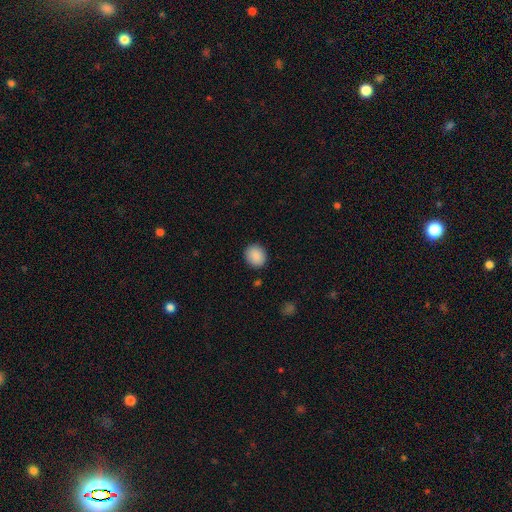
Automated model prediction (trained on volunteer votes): Smooth or featured: smooth — 89% (star or artifact — 7%)
How rounded: round — 74% (in between — 25%)
Merging: none — 90% (minor disturbance — 7%)